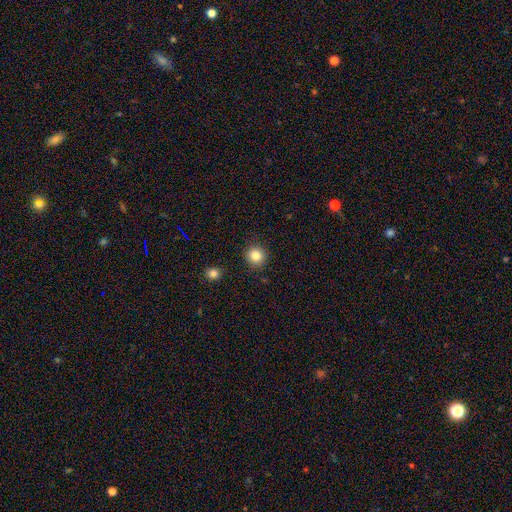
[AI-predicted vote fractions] Smooth or featured? smooth (84%)
How rounded? round (92%)
Merging? none (90%)